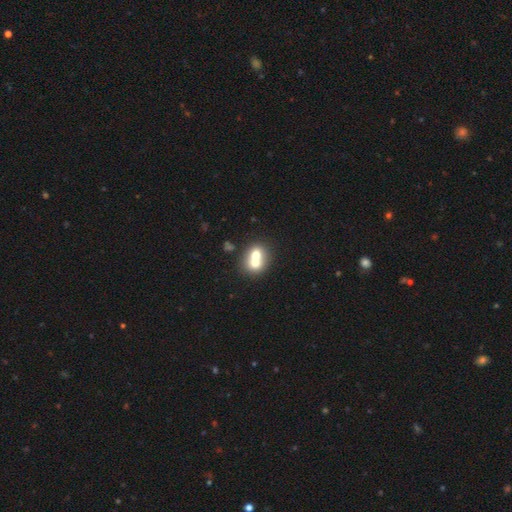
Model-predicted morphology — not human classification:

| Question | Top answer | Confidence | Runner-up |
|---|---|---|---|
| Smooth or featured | smooth | 64% | featured or disk (26%) |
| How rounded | round | 61% | in between (38%) |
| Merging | merger | 66% | none (25%) |